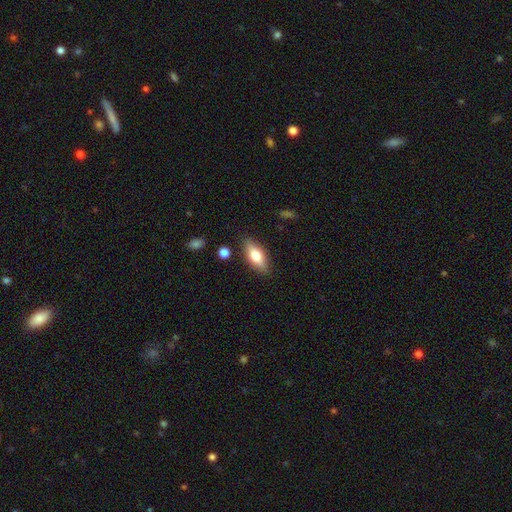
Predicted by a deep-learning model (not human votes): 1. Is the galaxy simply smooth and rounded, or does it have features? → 66% smooth, 27% featured or disk, 7% star or artifact.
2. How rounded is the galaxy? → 75% in between, 22% cigar-shaped, 3% round.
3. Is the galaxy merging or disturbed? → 84% none, 11% minor disturbance, 3% major disturbance, 2% merger.